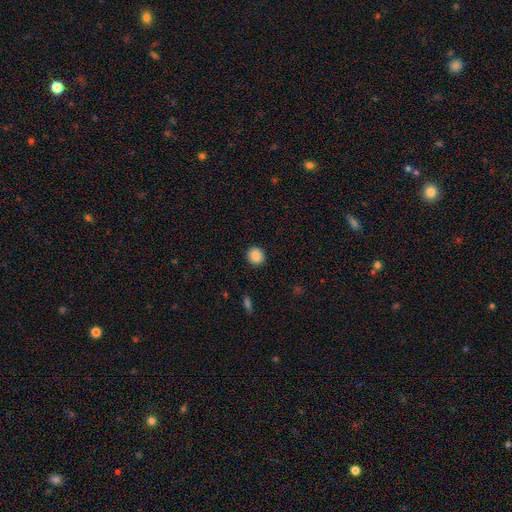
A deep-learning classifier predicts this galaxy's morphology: Smooth or featured?
  - smooth: 86% *
  - star or artifact: 9%
  - featured or disk: 6%
How rounded?
  - round: 89% *
  - in between: 10%
  - cigar-shaped: 1%
Merging?
  - none: 92% *
  - minor disturbance: 5%
  - major disturbance: 2%
  - merger: 1%